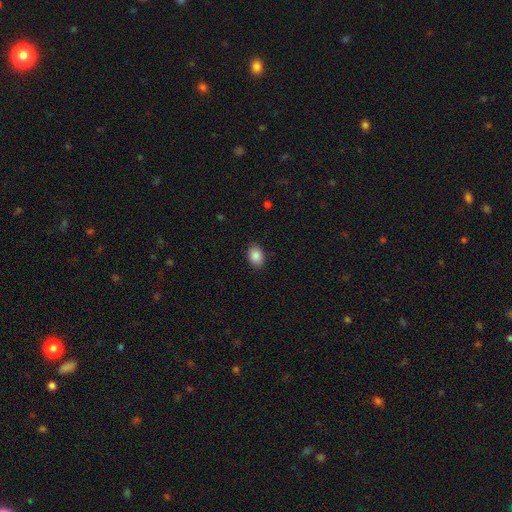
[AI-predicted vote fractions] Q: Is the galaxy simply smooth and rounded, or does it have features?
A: smooth — 88%.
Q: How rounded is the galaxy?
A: in between — 78%.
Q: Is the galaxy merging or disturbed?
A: none — 87%.